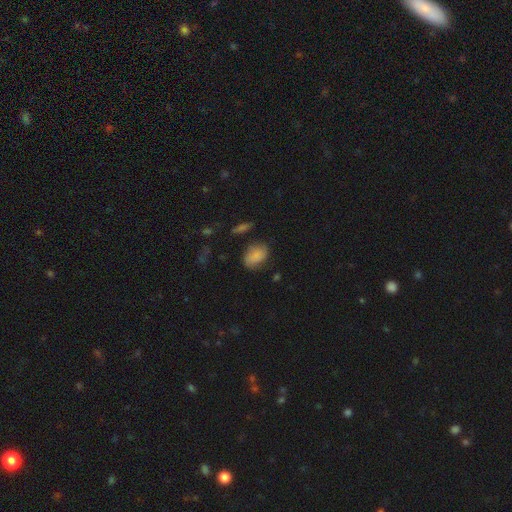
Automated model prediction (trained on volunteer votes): smooth 80%, featured or disk 12%, star or artifact 8%. Down the decision tree: how rounded — in between (77%); merging — none (68%).